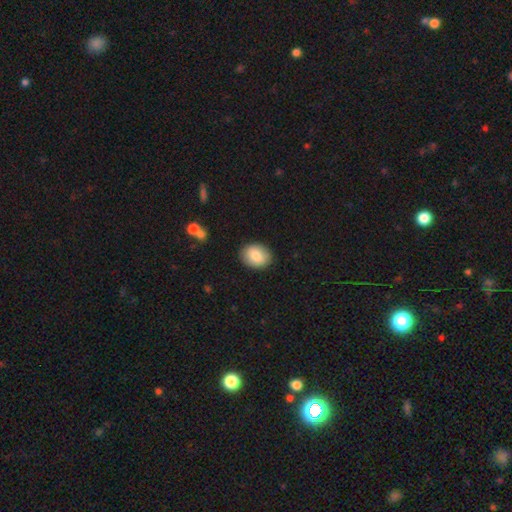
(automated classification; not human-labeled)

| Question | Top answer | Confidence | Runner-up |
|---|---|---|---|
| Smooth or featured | smooth | 82% | featured or disk (11%) |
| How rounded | in between | 61% | round (38%) |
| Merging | none | 89% | minor disturbance (8%) |